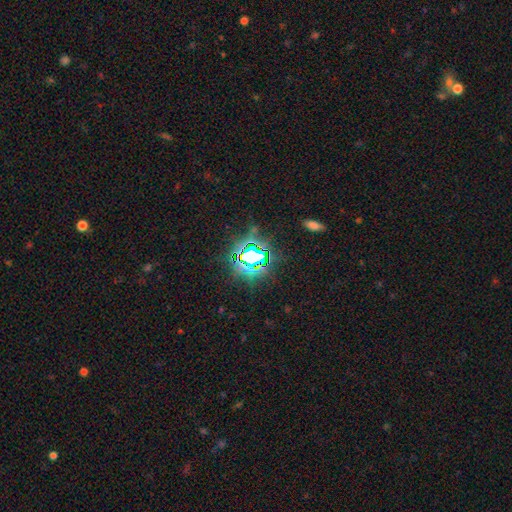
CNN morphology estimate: Overall: star or artifact (75%).